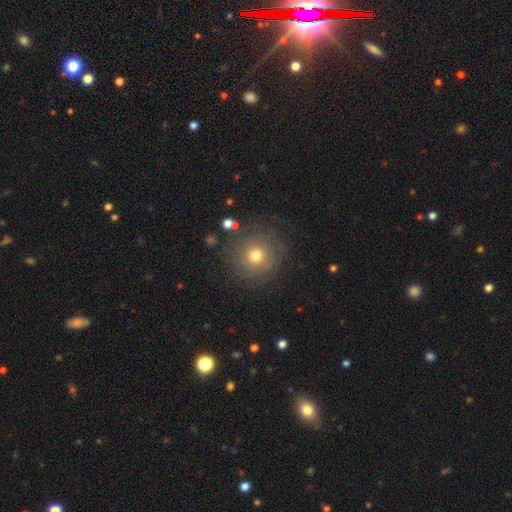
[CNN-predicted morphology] This is possibly a smooth galaxy (56%). How rounded: clearly round (93%). Merging: likely none (79%).